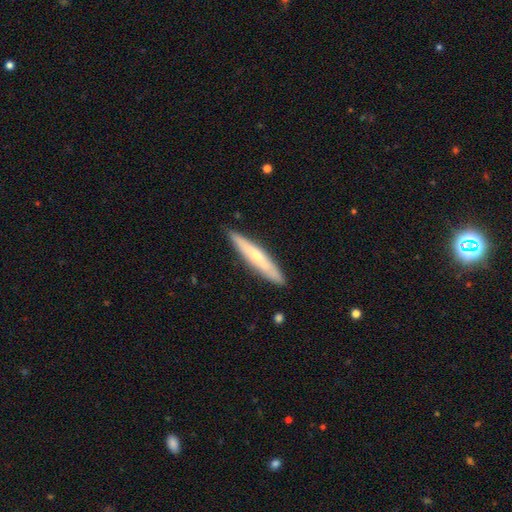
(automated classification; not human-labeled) smooth 51%, featured or disk 44%, star or artifact 5%. Down the decision tree: how rounded — cigar-shaped (91%); merging — none (89%).